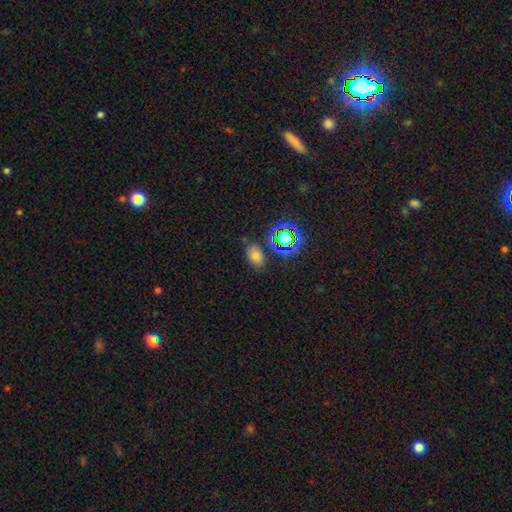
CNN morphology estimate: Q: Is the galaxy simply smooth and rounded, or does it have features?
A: smooth — 62%.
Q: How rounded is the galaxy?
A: in between — 82%.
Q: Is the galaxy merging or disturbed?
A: none — 76%.